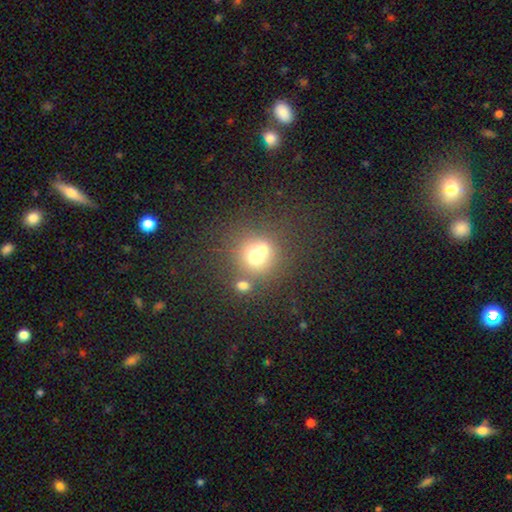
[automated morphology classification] A smooth galaxy with no disk features (64%) that is round (86%).

Vote fractions:
- Smooth or featured? smooth: 64% / featured or disk: 20% / star or artifact: 16%
- How rounded? round: 86% / in between: 13% / cigar-shaped: 1%
- Merging? merger: 50% / none: 39% / minor disturbance: 7% / major disturbance: 4%